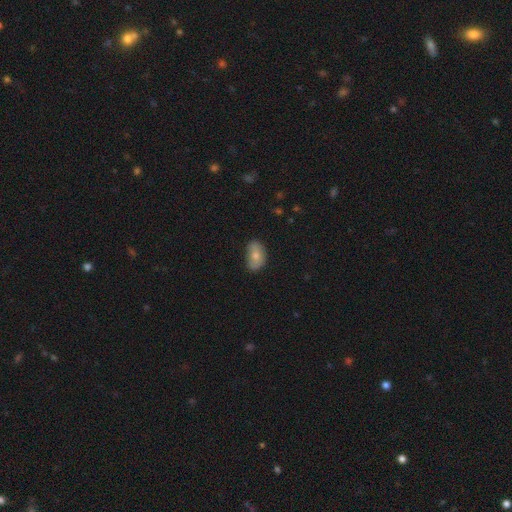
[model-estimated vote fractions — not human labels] A smooth galaxy with no disk features (72%) that is in between round and cigar-shaped (88%). Merging: none (66%).